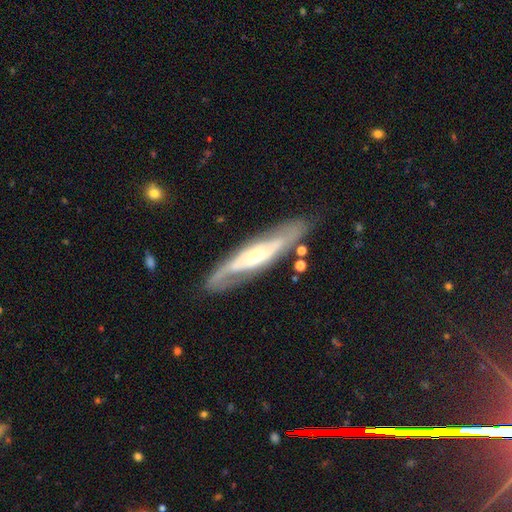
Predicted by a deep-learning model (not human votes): Smooth or featured? Predicted: featured or disk (p=0.78). Edge-on disk? Predicted: no (p=0.62). Merging? Predicted: none (p=0.79).